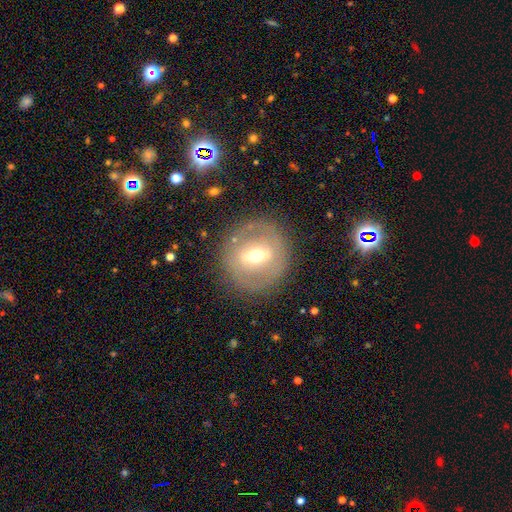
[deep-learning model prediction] A featured or disk galaxy (61%) with a strong bar (48%), no spiral arms (79%) and a moderate central bulge (66%).

Vote fractions:
- Smooth or featured? featured or disk: 61% / smooth: 31% / star or artifact: 8%
- Edge-on disk? no: 86% / yes: 14%
- Bar? strong: 48% / weak: 36% / no: 16%
- Spiral arms? no: 79% / yes: 21%
- Bulge size? moderate: 66% / small: 25% / large: 8% / dominant: 1% / none: 1%
- Merging? none: 84% / minor disturbance: 9% / major disturbance: 5% / merger: 1%